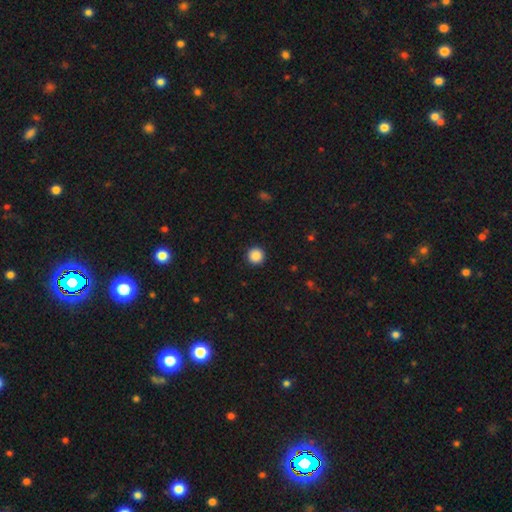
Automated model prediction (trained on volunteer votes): Morphology: type=smooth (88%); roundness=round (96%); merging=none (93%).